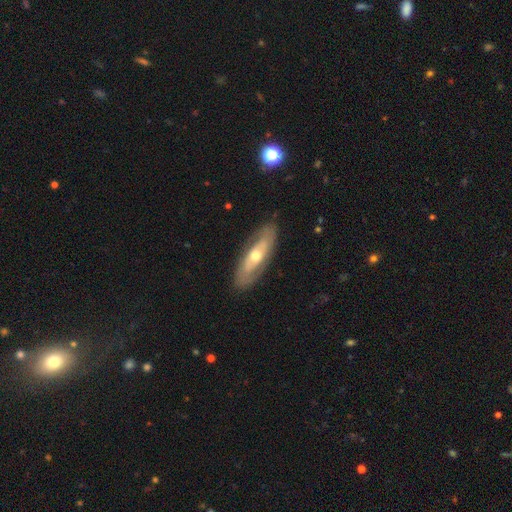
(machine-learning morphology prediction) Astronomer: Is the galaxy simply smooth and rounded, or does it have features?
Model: featured or disk — 63%.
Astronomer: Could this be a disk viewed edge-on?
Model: no — 73%.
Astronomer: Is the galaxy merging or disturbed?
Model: none — 83%.